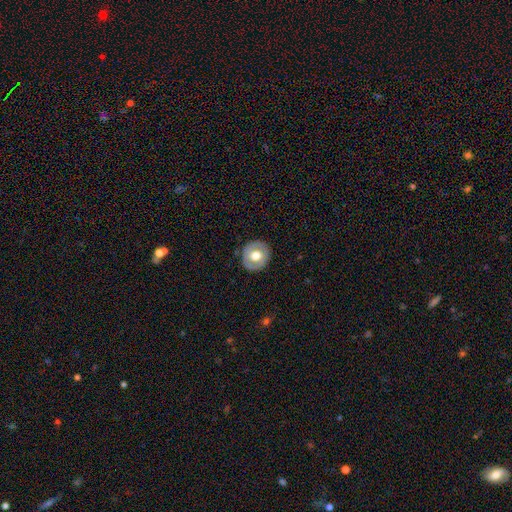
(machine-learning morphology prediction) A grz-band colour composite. It shows a smooth galaxy with no disk features (59%) that is round (85%). Merging: none (88%).